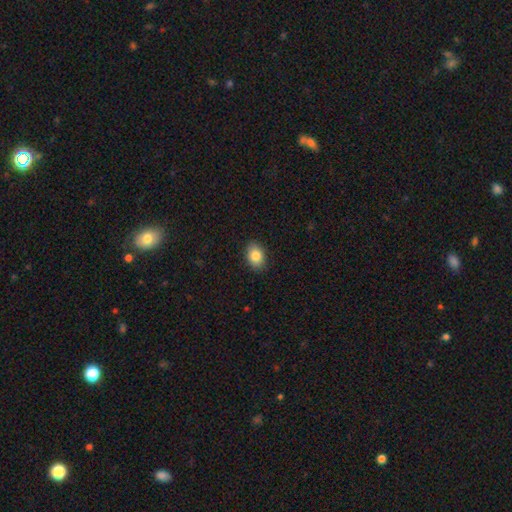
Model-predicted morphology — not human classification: smooth_or_featured: smooth (p=0.85) [alt: star or artifact p=0.08]
how_rounded: in between (p=0.80) [alt: round p=0.19]
merging: none (p=0.89) [alt: minor disturbance p=0.08]